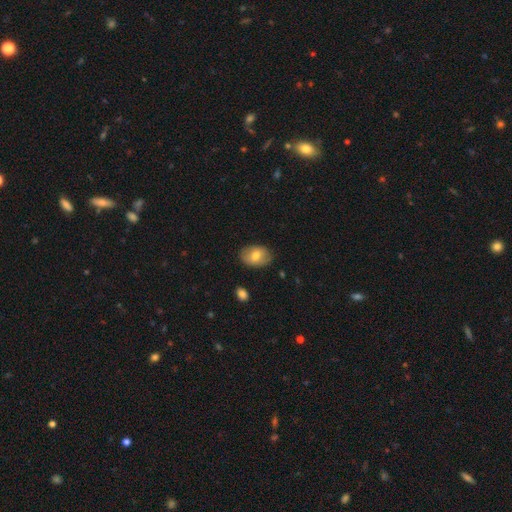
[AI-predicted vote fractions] A smooth galaxy with no disk features (72%) that is in between round and cigar-shaped (83%). Merging: none (81%).